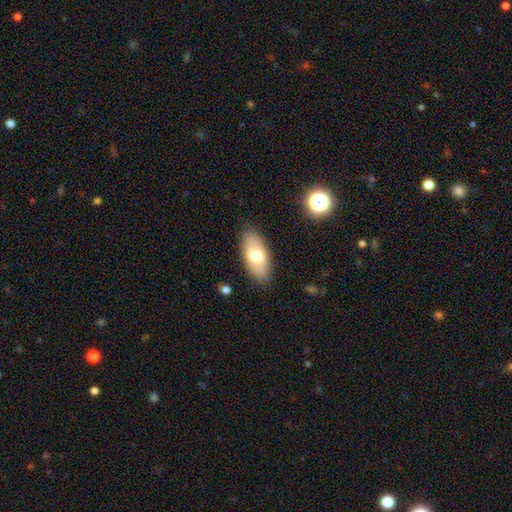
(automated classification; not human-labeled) This is likely a smooth galaxy (70%). How rounded: clearly in between (90%). Merging: clearly none (86%).